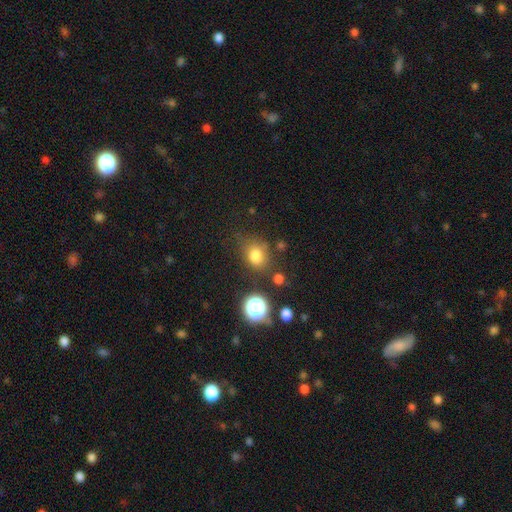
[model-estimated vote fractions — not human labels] A smooth galaxy with no disk features (77%) that is round (59%).

Vote fractions:
- Smooth or featured? smooth: 77% / star or artifact: 15% / featured or disk: 8%
- How rounded? round: 59% / in between: 40% / cigar-shaped: 1%
- Merging? none: 69% / minor disturbance: 18% / major disturbance: 7% / merger: 6%